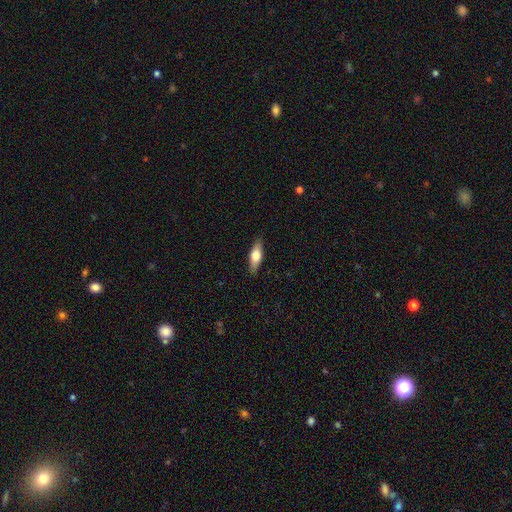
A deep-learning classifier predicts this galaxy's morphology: smooth-or-featured: smooth: 62% | featured or disk: 32% | star or artifact: 6%
  how-rounded: in between: 57% | cigar-shaped: 40% | round: 3%
  merging: none: 88% | minor disturbance: 9% | major disturbance: 2% | merger: 1%